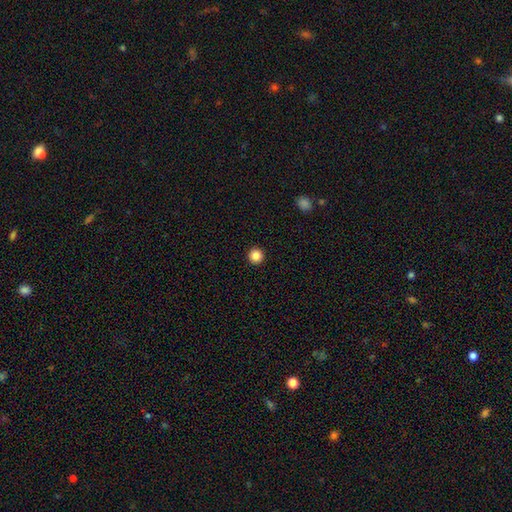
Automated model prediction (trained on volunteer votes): Smooth or featured? Predicted: smooth (p=0.86). How rounded? Predicted: round (p=0.96). Merging? Predicted: none (p=0.94).